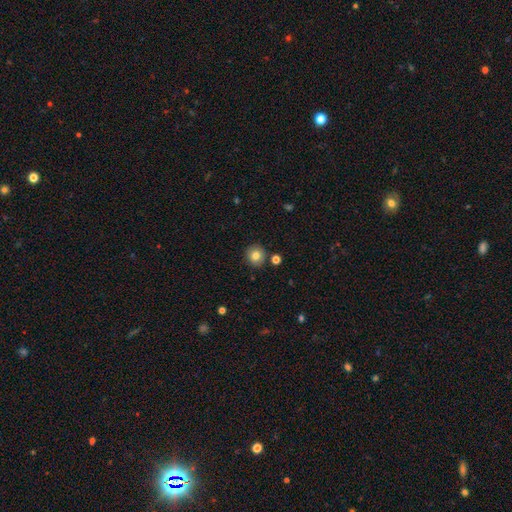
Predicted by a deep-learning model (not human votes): Smooth or featured? smooth (80%)
How rounded? round (92%)
Merging? none (87%)